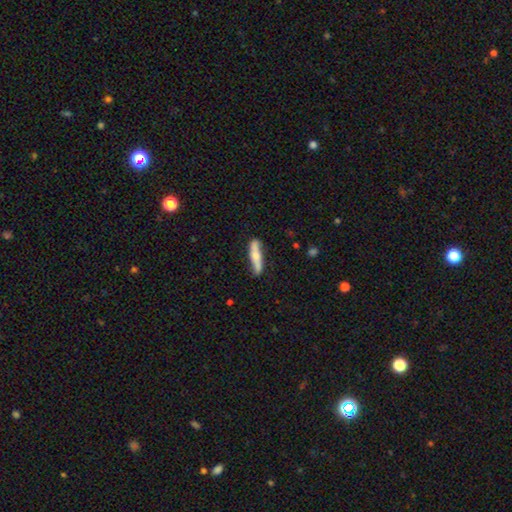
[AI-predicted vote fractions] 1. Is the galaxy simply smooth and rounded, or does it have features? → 51% smooth, 44% featured or disk, 5% star or artifact.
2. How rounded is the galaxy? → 81% cigar-shaped, 17% in between, 2% round.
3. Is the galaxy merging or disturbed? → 78% none, 16% minor disturbance, 3% major disturbance, 2% merger.